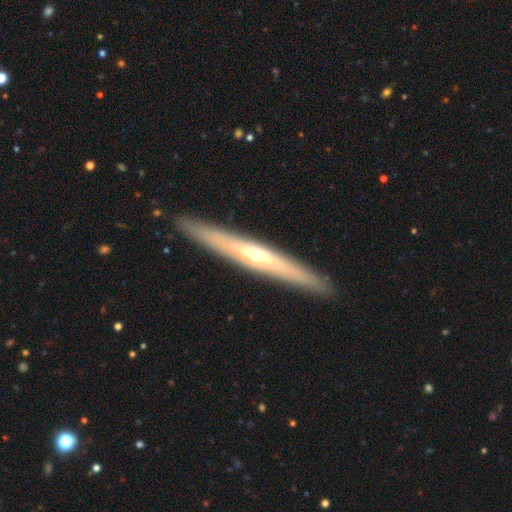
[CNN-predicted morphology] smooth_or_featured: featured or disk (p=0.71) [alt: smooth p=0.23]
disk_edge_on: yes (p=0.92) [alt: no p=0.08]
edge_on_bulge: rounded (p=0.72) [alt: none p=0.26]
merging: none (p=0.91) [alt: minor disturbance p=0.06]